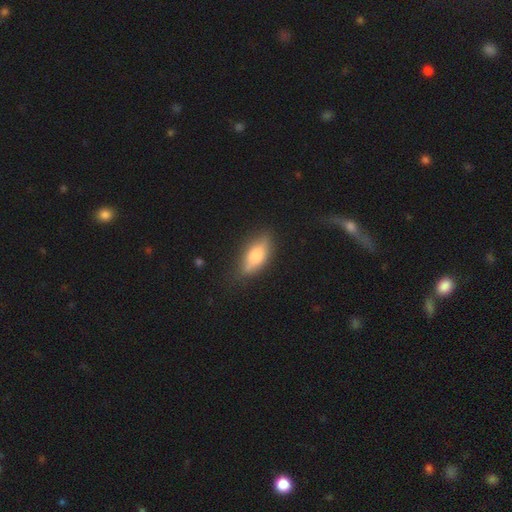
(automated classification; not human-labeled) A smooth galaxy with no disk features (60%) that is in between round and cigar-shaped (71%). Merging: none (77%).